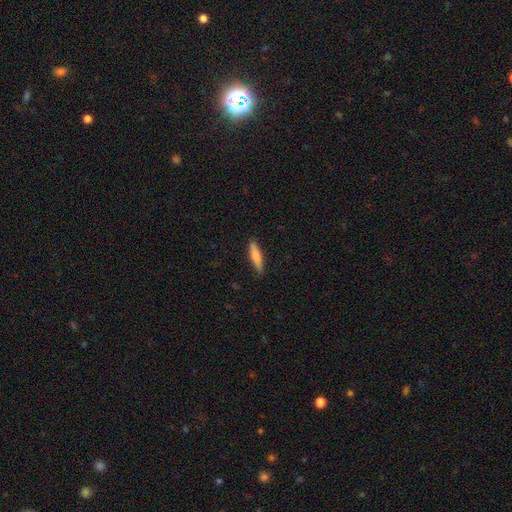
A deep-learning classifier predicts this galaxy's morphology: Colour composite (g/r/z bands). It shows a smooth galaxy with no disk features (77%) that is cigar-shaped (78%). Merging: none (88%).